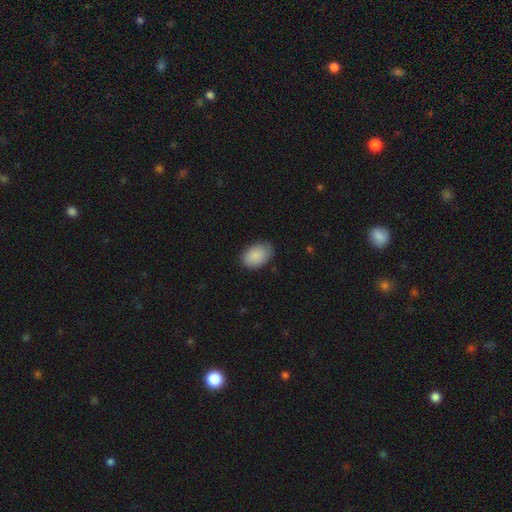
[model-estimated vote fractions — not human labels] smooth_or_featured: smooth (p=0.89) [alt: star or artifact p=0.06]
how_rounded: in between (p=0.88) [alt: round p=0.11]
merging: none (p=0.83) [alt: minor disturbance p=0.13]